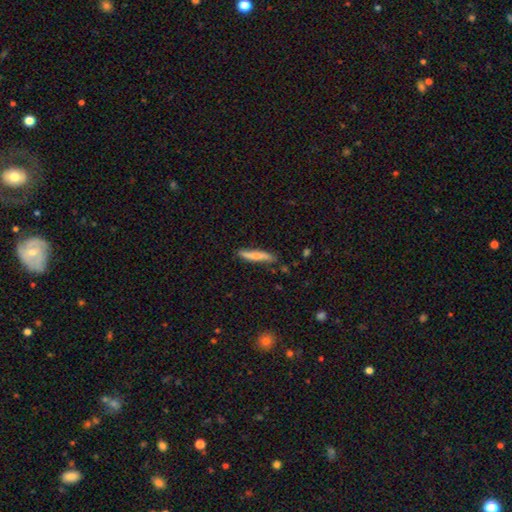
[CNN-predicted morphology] Smooth or featured? Predicted: smooth (p=0.72). How rounded? Predicted: cigar-shaped (p=0.91). Merging? Predicted: none (p=0.80).